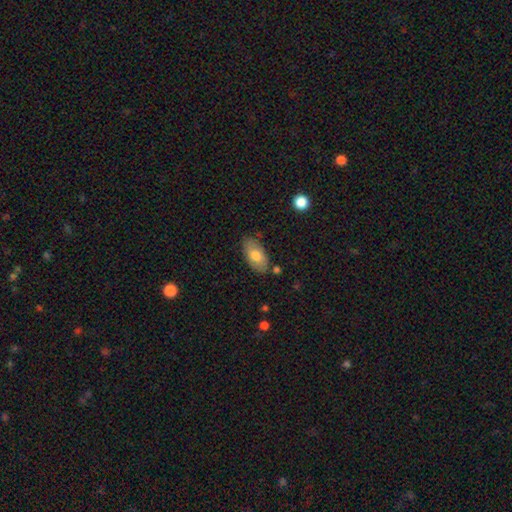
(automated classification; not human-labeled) A smooth galaxy with no disk features (74%) that is in between round and cigar-shaped (93%).

Vote fractions:
- Smooth or featured? smooth: 74% / featured or disk: 20% / star or artifact: 6%
- How rounded? in between: 93% / cigar-shaped: 4% / round: 3%
- Merging? none: 79% / minor disturbance: 15% / merger: 4% / major disturbance: 3%